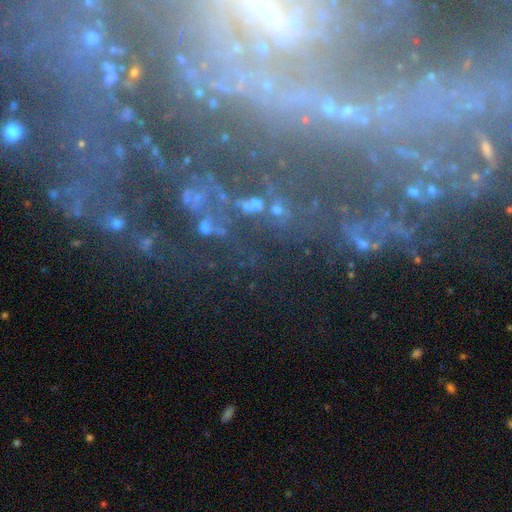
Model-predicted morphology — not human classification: smooth-or-featured: star or artifact: 46% | featured or disk: 41% | smooth: 13%